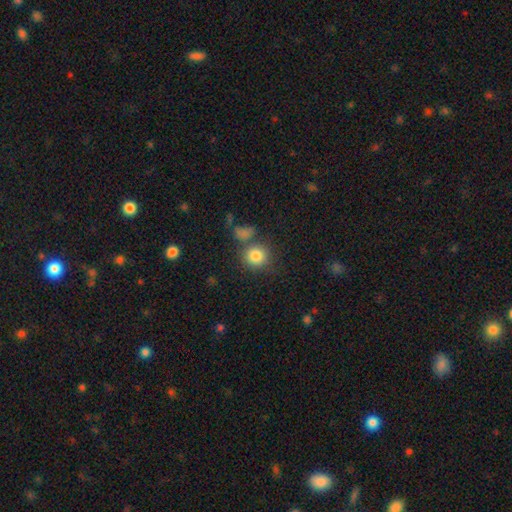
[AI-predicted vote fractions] This is clearly a smooth galaxy (83%). How rounded: clearly round (87%). Merging: likely none (67%).